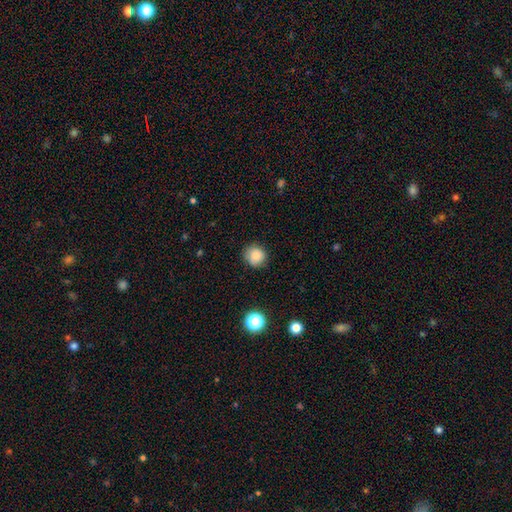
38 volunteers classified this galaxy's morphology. Smooth or featured: smooth — 84% (featured or disk — 8%)
How rounded: round — 88% (in between — 12%)
Merging: none — 80% (minor disturbance — 14%)